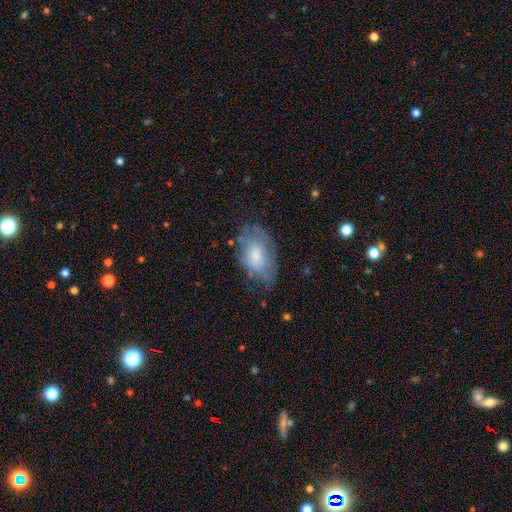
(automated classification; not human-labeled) This appears to be a smooth galaxy with no disk features (56%) that is in between round and cigar-shaped (92%). Merging: none (58%).